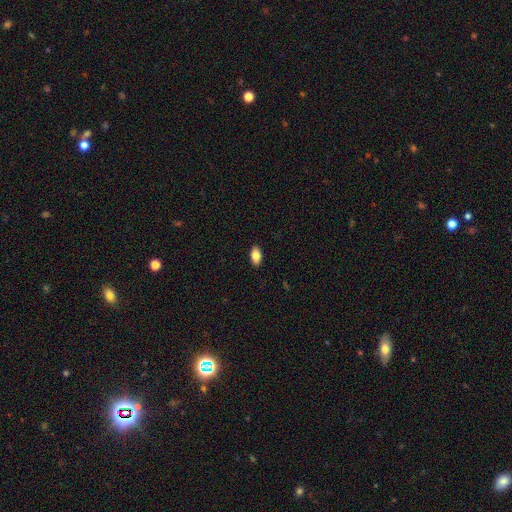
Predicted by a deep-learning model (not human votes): Morphology: type=smooth (82%); roundness=in between (91%); merging=none (90%).